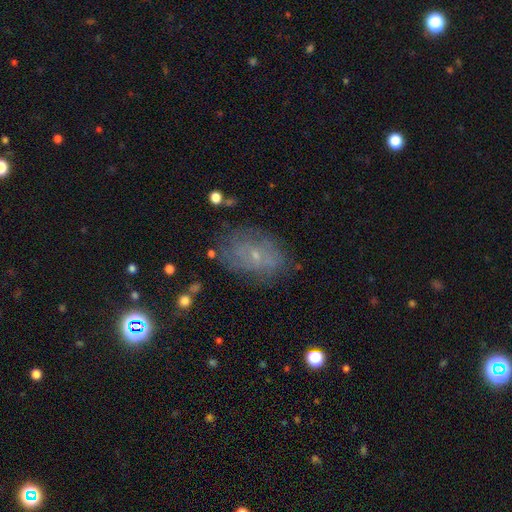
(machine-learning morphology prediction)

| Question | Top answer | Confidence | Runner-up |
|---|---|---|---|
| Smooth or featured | featured or disk | 43% | smooth (40%) |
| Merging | none | 69% | minor disturbance (19%) |